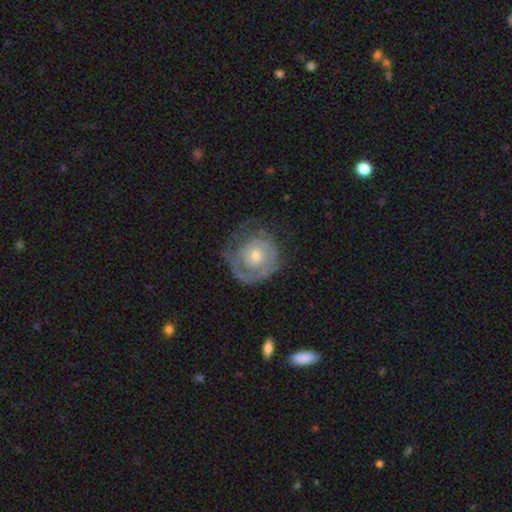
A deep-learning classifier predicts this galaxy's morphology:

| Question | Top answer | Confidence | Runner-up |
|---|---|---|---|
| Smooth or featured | featured or disk | 73% | smooth (21%) |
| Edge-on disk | no | 97% | yes (3%) |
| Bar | no | 83% | weak (15%) |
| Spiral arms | yes | 80% | no (20%) |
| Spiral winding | tight | 69% | medium (21%) |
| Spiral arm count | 1 | 41% | can't tell (28%) |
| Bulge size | small | 52% | moderate (43%) |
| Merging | none | 59% | minor disturbance (21%) |